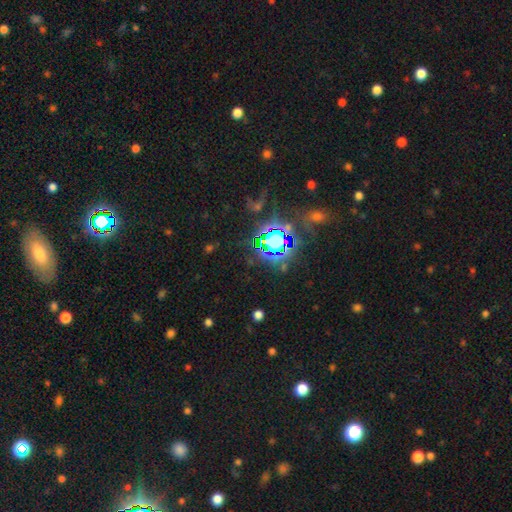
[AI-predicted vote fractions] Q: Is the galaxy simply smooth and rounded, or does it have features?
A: star or artifact — 80%.